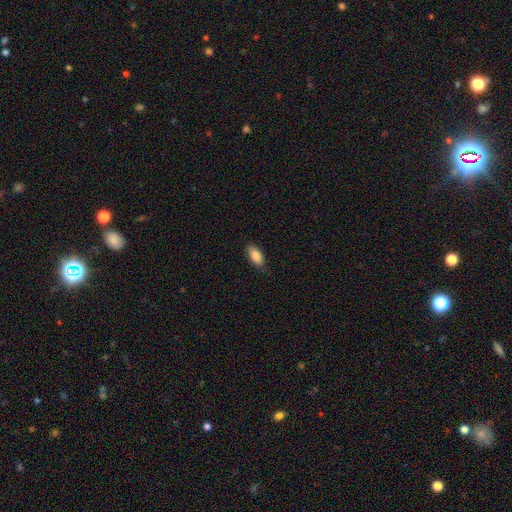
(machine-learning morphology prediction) type=smooth (85%); roundness=in between (88%); merging=none (81%).